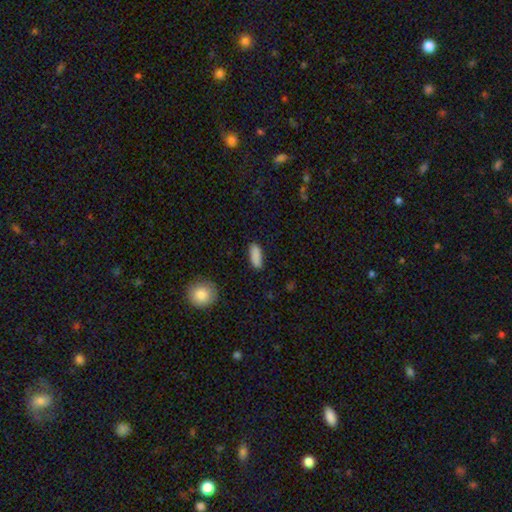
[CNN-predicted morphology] smooth-or-featured: smooth: 87% | star or artifact: 7% | featured or disk: 6%
  how-rounded: in between: 71% | cigar-shaped: 27% | round: 2%
  merging: none: 84% | minor disturbance: 12% | major disturbance: 2% | merger: 2%